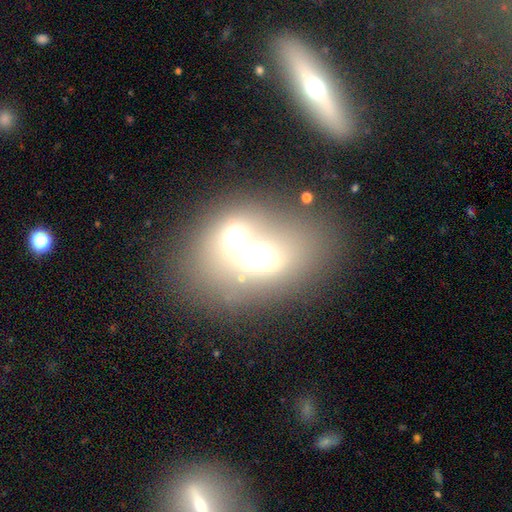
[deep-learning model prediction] Smooth or featured: smooth — 54% (featured or disk — 29%)
How rounded: in between — 64% (round — 35%)
Merging: merger — 57% (none — 28%)